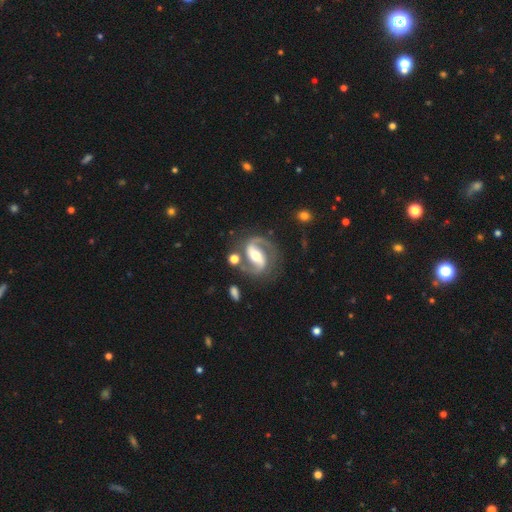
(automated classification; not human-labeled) A featured or disk galaxy (91%) with a strong bar (57%), 2 (92%) medium (60%) spiral arms (97%) and a moderate central bulge (64%). Merging: none (75%).